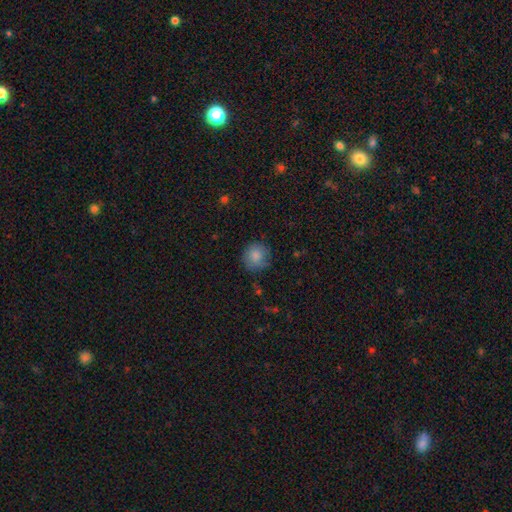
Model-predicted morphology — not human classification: This is clearly a smooth galaxy (83%). How rounded: clearly round (89%). Merging: likely none (78%).